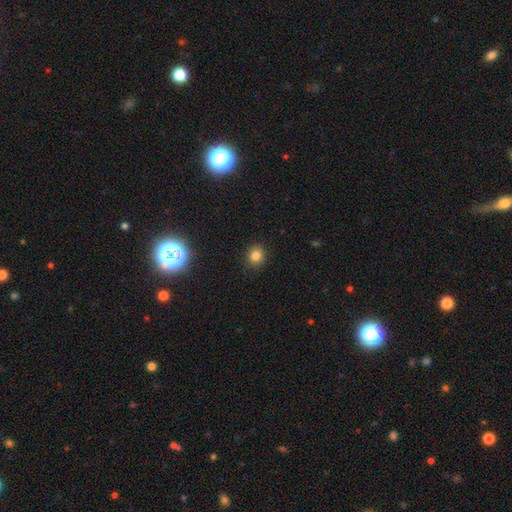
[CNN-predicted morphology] Smooth or featured?
  - smooth: 82% *
  - star or artifact: 13%
  - featured or disk: 5%
How rounded?
  - round: 82% *
  - in between: 17%
  - cigar-shaped: 1%
Merging?
  - none: 87% *
  - minor disturbance: 9%
  - major disturbance: 2%
  - merger: 1%